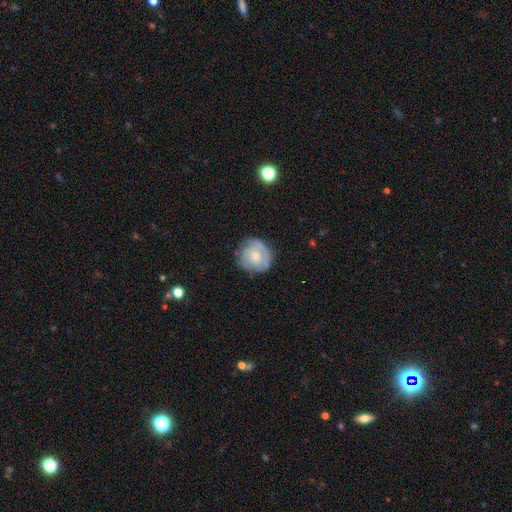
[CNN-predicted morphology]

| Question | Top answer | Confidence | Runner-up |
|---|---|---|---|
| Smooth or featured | featured or disk | 62% | smooth (32%) |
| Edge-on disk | no | 98% | yes (2%) |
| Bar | no | 81% | weak (16%) |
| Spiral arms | yes | 80% | no (20%) |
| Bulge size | small | 55% | moderate (40%) |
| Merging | none | 71% | minor disturbance (20%) |